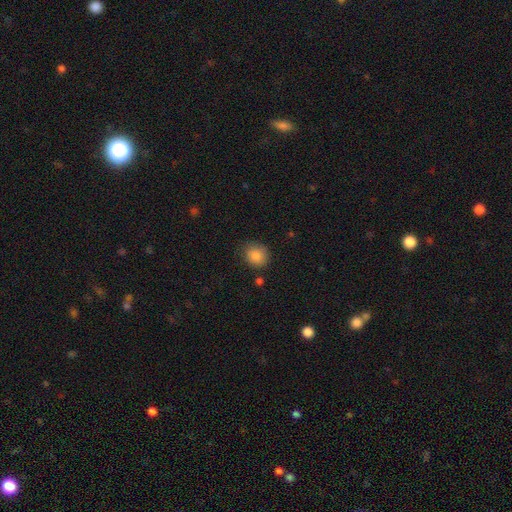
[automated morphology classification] This is clearly a smooth galaxy (86%). How rounded: likely round (73%). Merging: likely none (78%).